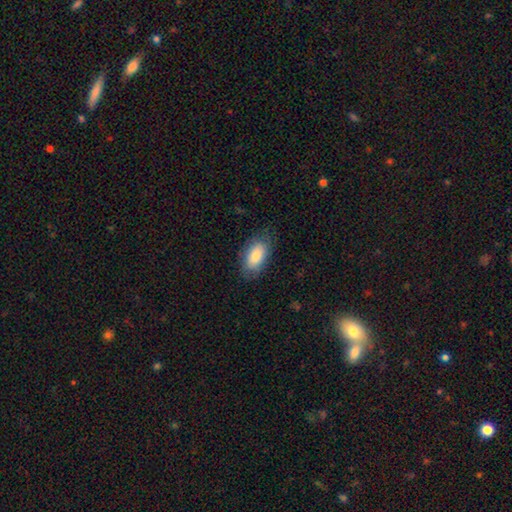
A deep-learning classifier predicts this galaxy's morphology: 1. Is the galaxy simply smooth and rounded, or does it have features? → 83% smooth, 11% featured or disk, 6% star or artifact.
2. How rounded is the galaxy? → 93% in between, 4% round, 3% cigar-shaped.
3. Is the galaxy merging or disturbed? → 77% none, 17% minor disturbance, 5% major disturbance, 1% merger.